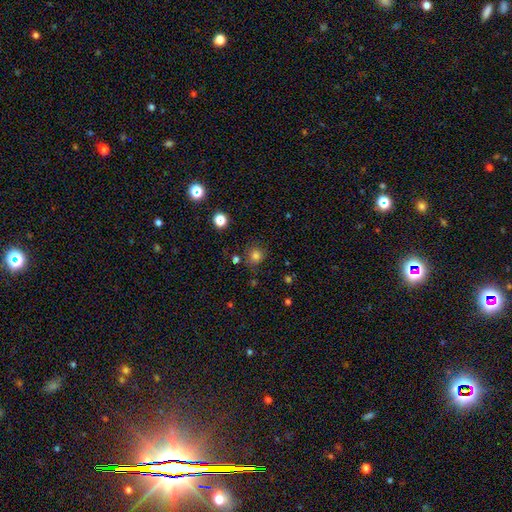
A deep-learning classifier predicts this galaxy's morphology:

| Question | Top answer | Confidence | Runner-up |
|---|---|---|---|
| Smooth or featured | smooth | 80% | star or artifact (15%) |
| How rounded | round | 89% | in between (10%) |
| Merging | none | 82% | minor disturbance (11%) |